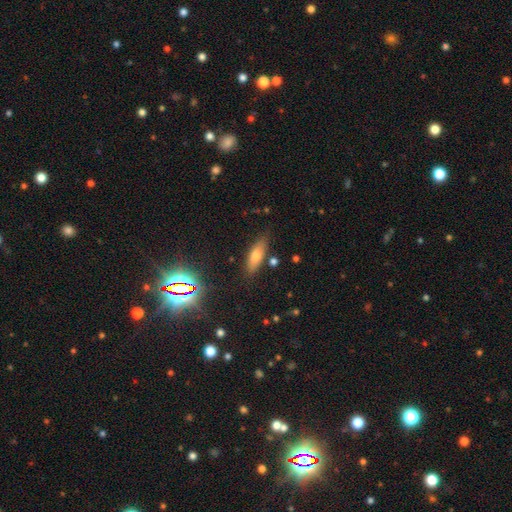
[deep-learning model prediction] smooth-or-featured: smooth: 67% | featured or disk: 21% | star or artifact: 12%
  how-rounded: in between: 62% | cigar-shaped: 35% | round: 3%
  merging: none: 81% | minor disturbance: 13% | merger: 3% | major disturbance: 3%